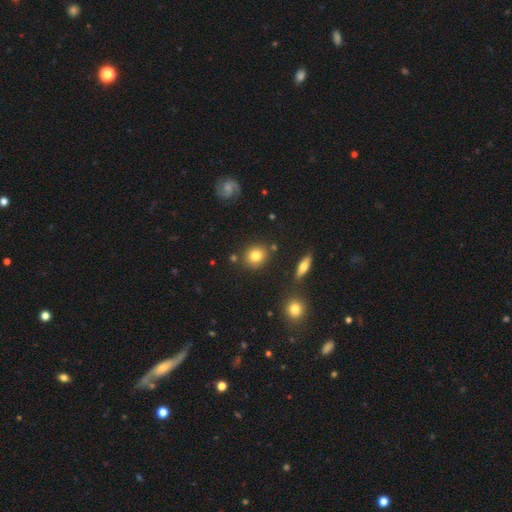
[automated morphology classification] Smooth or featured?
  - smooth: 78% *
  - featured or disk: 12%
  - star or artifact: 10%
How rounded?
  - round: 74% *
  - in between: 25%
  - cigar-shaped: 2%
Merging?
  - none: 82% *
  - minor disturbance: 10%
  - merger: 5%
  - major disturbance: 3%